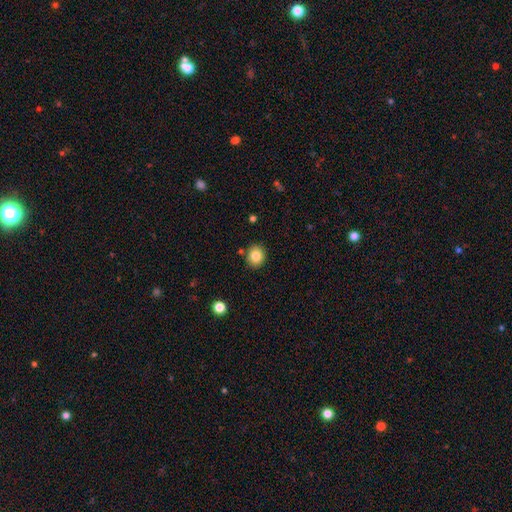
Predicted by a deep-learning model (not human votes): Smooth or featured: smooth — 83% (star or artifact — 10%)
How rounded: round — 77% (in between — 22%)
Merging: none — 86% (minor disturbance — 8%)